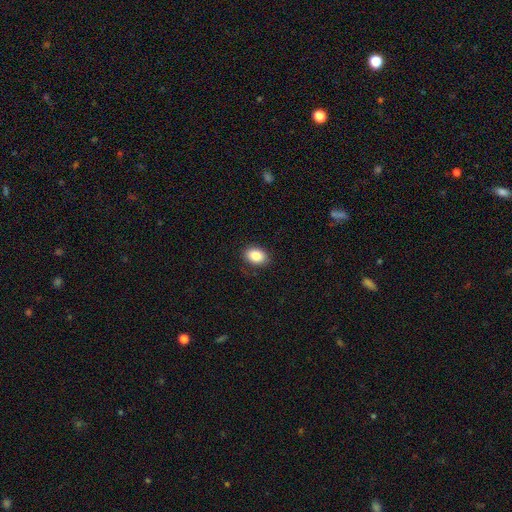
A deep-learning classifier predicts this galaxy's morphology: type=smooth (86%); roundness=in between (80%); merging=none (87%).